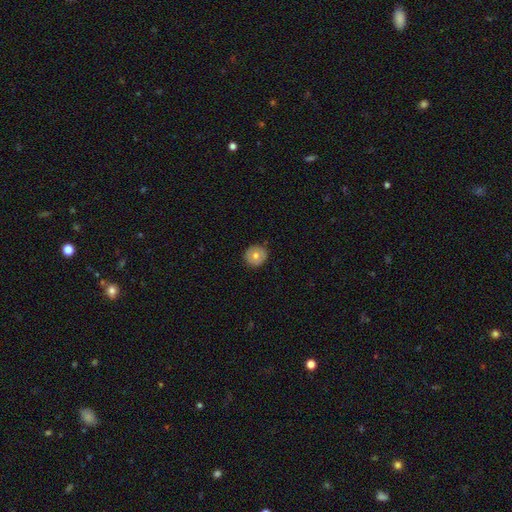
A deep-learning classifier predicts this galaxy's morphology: smooth-or-featured: smooth: 68% | featured or disk: 25% | star or artifact: 8%
  how-rounded: round: 93% | in between: 6% | cigar-shaped: 1%
  merging: none: 90% | minor disturbance: 8% | major disturbance: 2% | merger: 1%